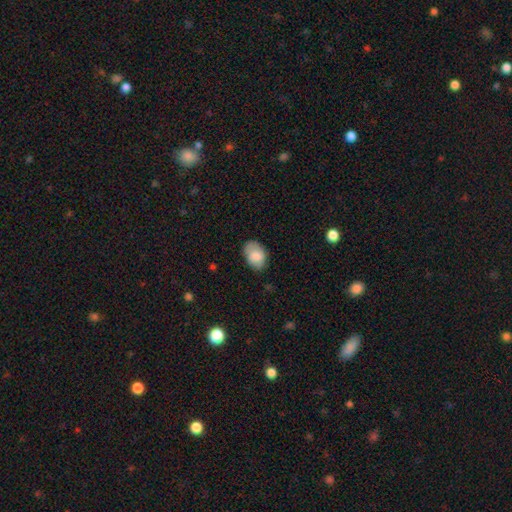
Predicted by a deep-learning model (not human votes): A smooth galaxy with no disk features (80%) that is in between round and cigar-shaped (84%). Merging: none (73%).